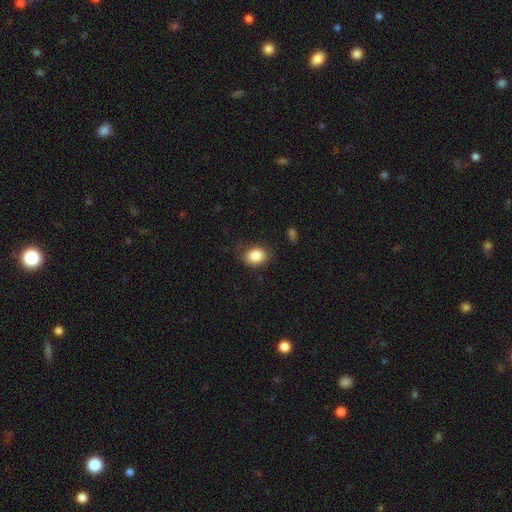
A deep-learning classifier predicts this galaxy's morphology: smooth-or-featured: smooth: 85% | star or artifact: 9% | featured or disk: 6%
  how-rounded: in between: 62% | round: 37% | cigar-shaped: 1%
  merging: none: 82% | minor disturbance: 13% | major disturbance: 3% | merger: 1%